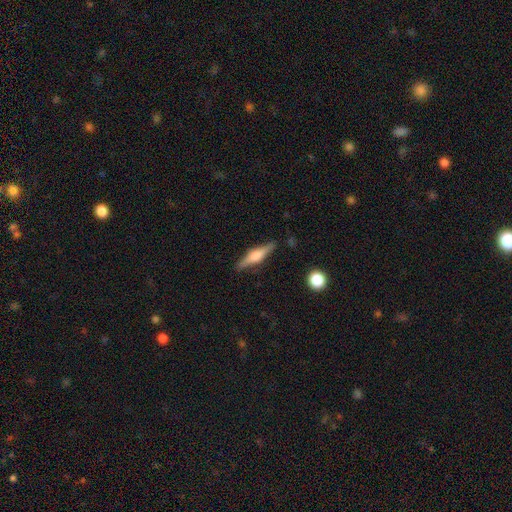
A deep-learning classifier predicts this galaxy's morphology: Smooth or featured?
  - featured or disk: 64% *
  - smooth: 30%
  - star or artifact: 6%
Edge-on disk?
  - yes: 97% *
  - no: 3%
Edge-on bulge?
  - rounded: 78% *
  - boxy: 18%
  - none: 4%
Merging?
  - none: 87% *
  - minor disturbance: 10%
  - major disturbance: 2%
  - merger: 2%